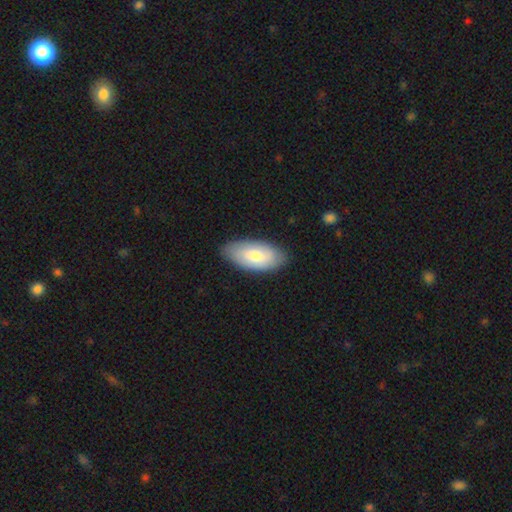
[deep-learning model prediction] Morphology: type=smooth (71%); roundness=in between (93%); merging=none (82%).